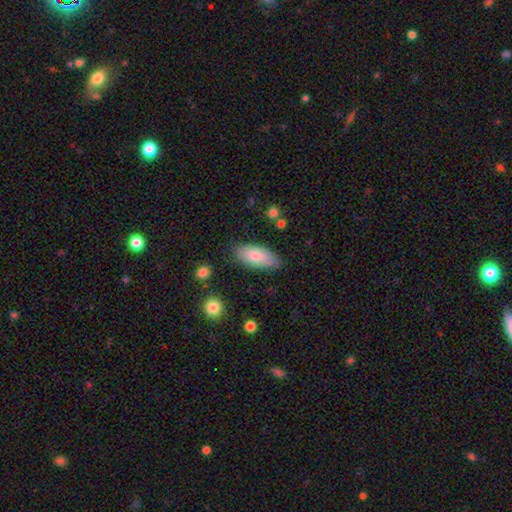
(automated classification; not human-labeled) smooth-or-featured: smooth: 78% | featured or disk: 16% | star or artifact: 6%
  how-rounded: in between: 86% | cigar-shaped: 12% | round: 2%
  merging: none: 82% | minor disturbance: 14% | major disturbance: 3% | merger: 2%